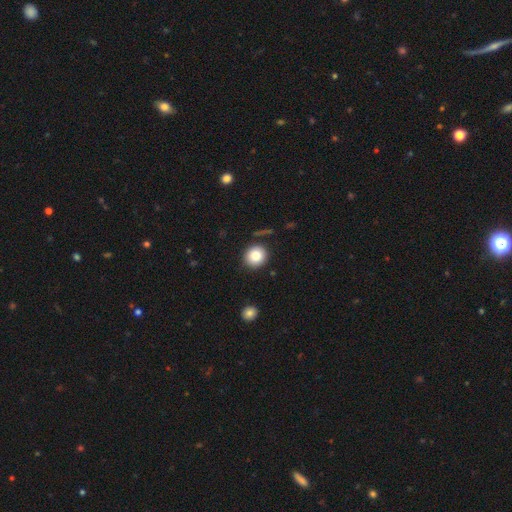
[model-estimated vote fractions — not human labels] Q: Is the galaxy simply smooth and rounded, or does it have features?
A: smooth — 85%.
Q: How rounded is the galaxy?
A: round — 86%.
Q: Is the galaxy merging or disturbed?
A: none — 86%.